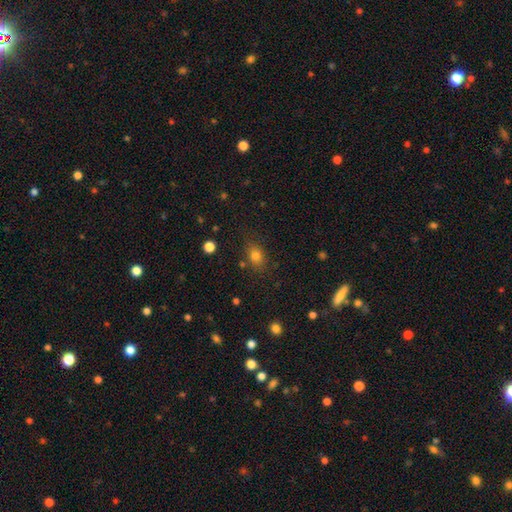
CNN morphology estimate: smooth 78%, star or artifact 14%, featured or disk 8%. Down the decision tree: how rounded — in between (61%); merging — none (76%).